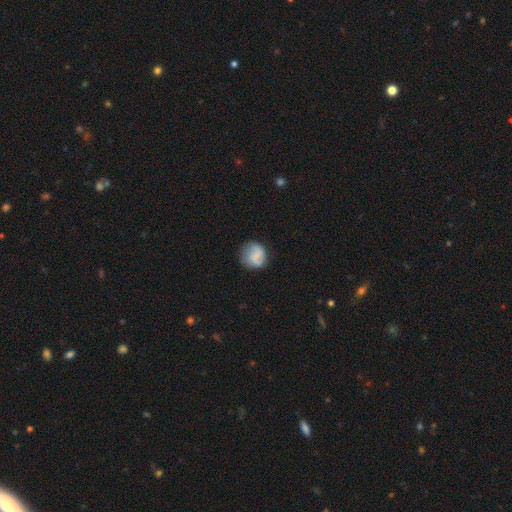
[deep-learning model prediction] smooth 66%, featured or disk 26%, star or artifact 8%. Down the decision tree: how rounded — round (85%); merging — none (72%).